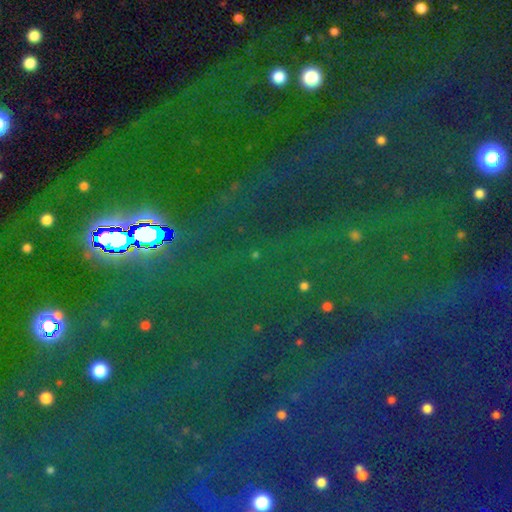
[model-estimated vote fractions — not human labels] star or artifact 84%, smooth 9%, featured or disk 7%.